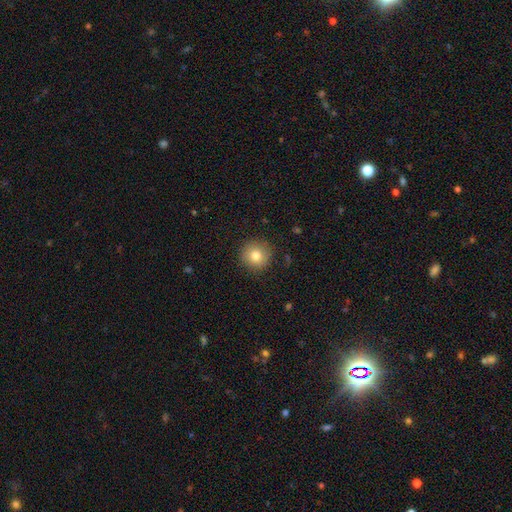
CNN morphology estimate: Smooth or featured? smooth (81%)
How rounded? round (94%)
Merging? none (89%)